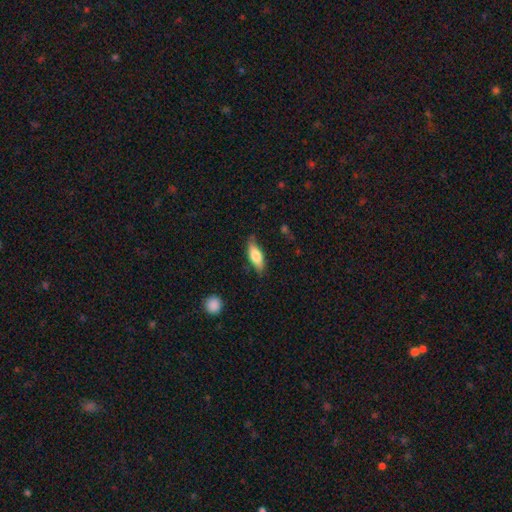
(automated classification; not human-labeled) Smooth or featured?
  - smooth: 69% *
  - featured or disk: 25%
  - star or artifact: 6%
How rounded?
  - in between: 65% *
  - cigar-shaped: 32%
  - round: 3%
Merging?
  - none: 73% *
  - minor disturbance: 21%
  - major disturbance: 5%
  - merger: 2%